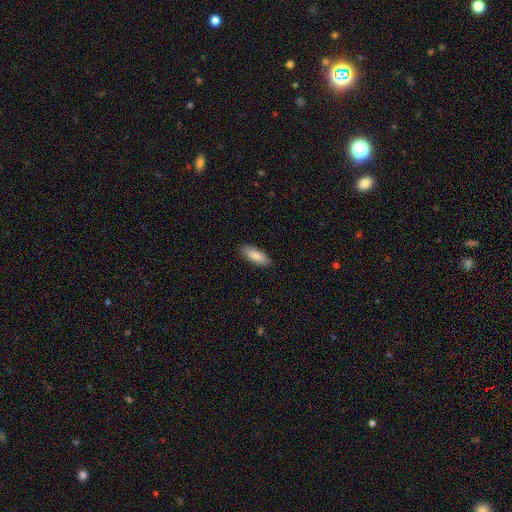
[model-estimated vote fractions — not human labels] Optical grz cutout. It shows a smooth galaxy with no disk features (82%) that is in between round and cigar-shaped (71%). Merging: none (89%).